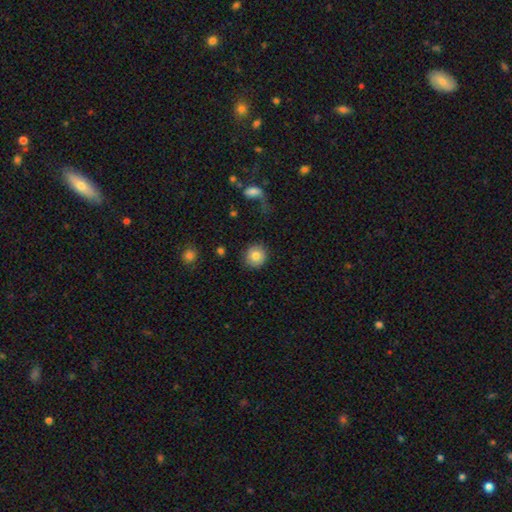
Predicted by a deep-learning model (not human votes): smooth-or-featured: smooth: 81% | featured or disk: 11% | star or artifact: 8%
  how-rounded: round: 92% | in between: 7% | cigar-shaped: 1%
  merging: none: 86% | minor disturbance: 9% | major disturbance: 3% | merger: 2%